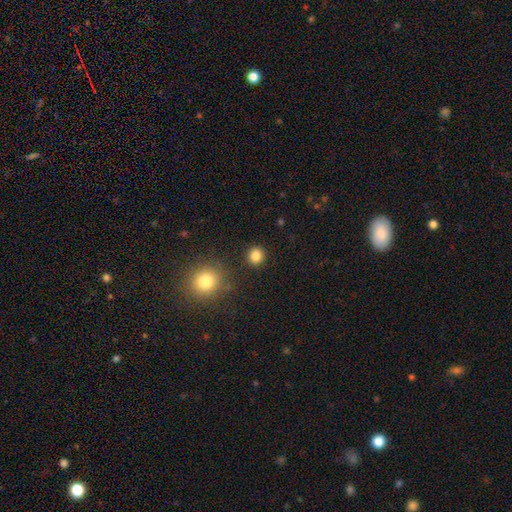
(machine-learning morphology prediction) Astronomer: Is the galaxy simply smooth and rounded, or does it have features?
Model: smooth — 84%.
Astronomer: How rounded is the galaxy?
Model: round — 88%.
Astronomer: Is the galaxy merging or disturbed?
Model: none — 89%.